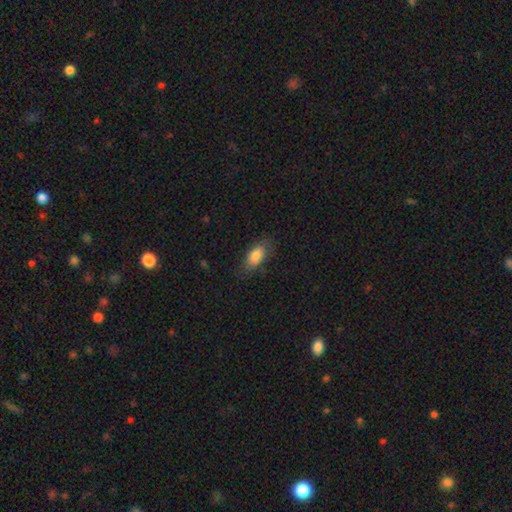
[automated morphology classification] Overall: smooth (82%). How rounded: in between (87%). Merging: none (75%).